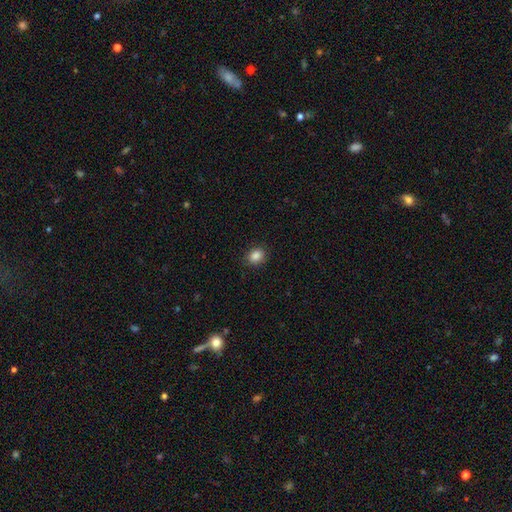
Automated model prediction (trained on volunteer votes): Smooth or featured?
  - smooth: 87% *
  - star or artifact: 10%
  - featured or disk: 4%
How rounded?
  - round: 52% *
  - in between: 47%
  - cigar-shaped: 1%
Merging?
  - none: 88% *
  - minor disturbance: 8%
  - major disturbance: 2%
  - merger: 1%